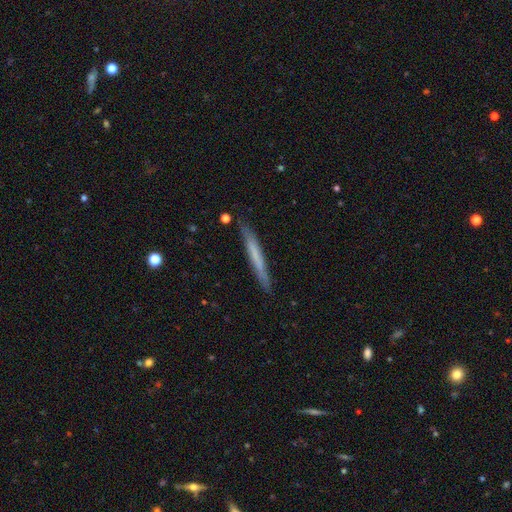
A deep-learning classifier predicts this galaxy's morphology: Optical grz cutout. It shows a smooth galaxy with no disk features (55%) that is cigar-shaped (97%). Merging: none (87%).